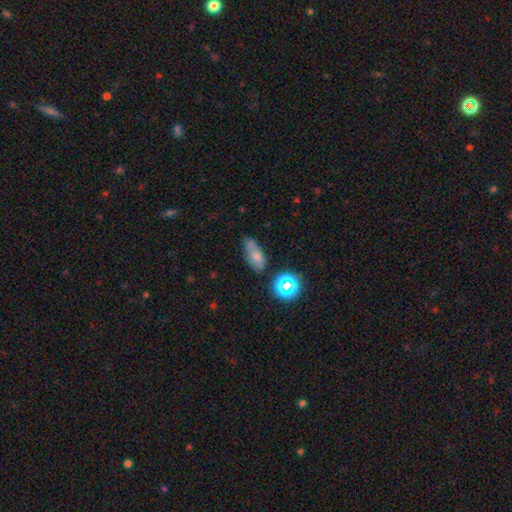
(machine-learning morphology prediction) Smooth or featured?
  - smooth: 65% *
  - featured or disk: 18%
  - star or artifact: 17%
How rounded?
  - in between: 77% *
  - cigar-shaped: 13%
  - round: 10%
Merging?
  - none: 49% *
  - minor disturbance: 30%
  - merger: 11%
  - major disturbance: 10%